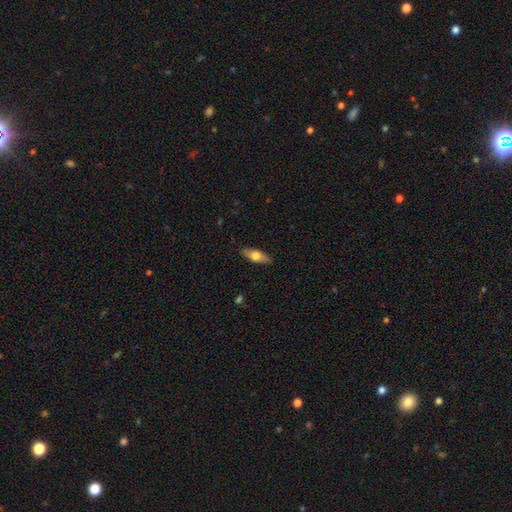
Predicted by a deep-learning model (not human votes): A smooth galaxy with no disk features (65%) that is in between round and cigar-shaped (63%). Merging: none (88%).